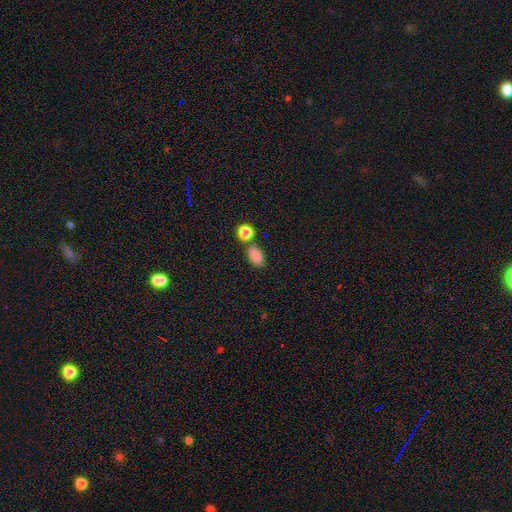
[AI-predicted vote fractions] Smooth or featured? smooth (83%)
How rounded? in between (86%)
Merging? none (65%)